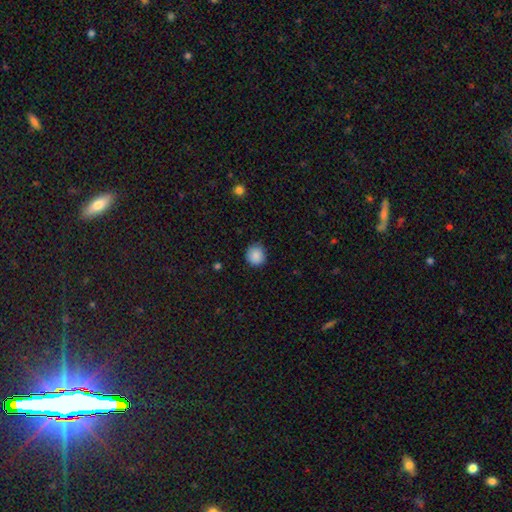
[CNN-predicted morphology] The model was most divided on "merging": none: 85%, minor disturbance: 11%, major disturbance: 2%, merger: 1%. More confident: how rounded — round (89%); smooth or featured — smooth (88%).